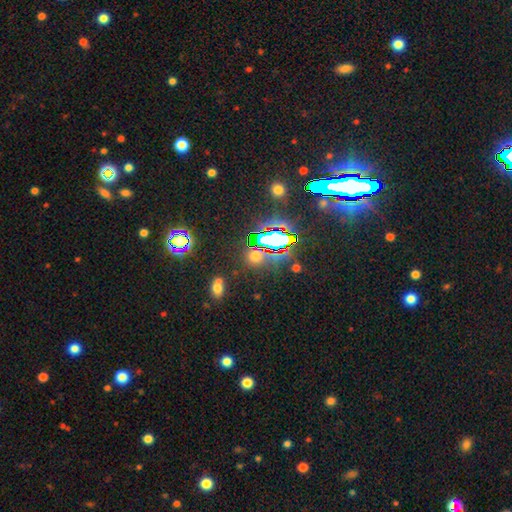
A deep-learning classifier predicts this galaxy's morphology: Smooth or featured? Predicted: star or artifact (p=0.52).